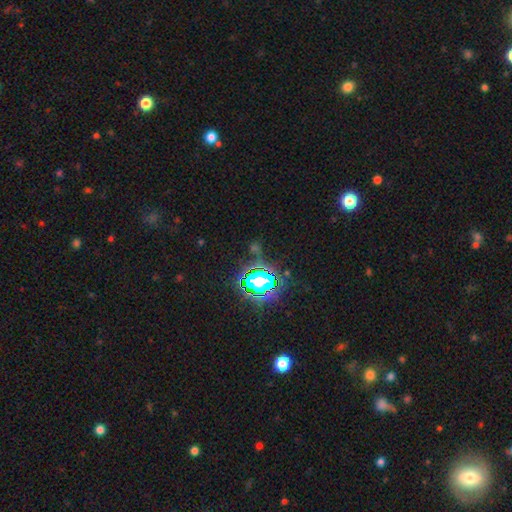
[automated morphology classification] This appears to be a star or artifact, not a galaxy (77%).